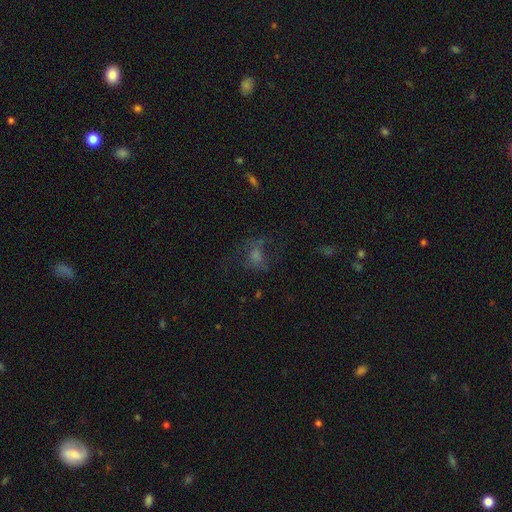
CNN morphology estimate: This appears to be a smooth galaxy with no disk features (40%). Merging: none (49%).